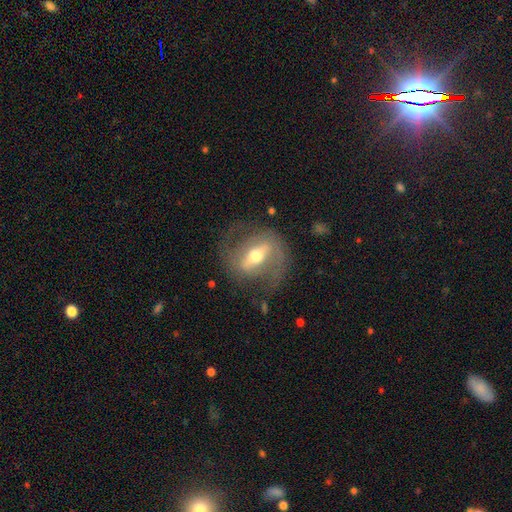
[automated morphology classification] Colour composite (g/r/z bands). It shows a featured or disk galaxy (79%) with a strong bar (65%), spiral arms (69%) and a moderate central bulge (67%). Merging: none (70%).